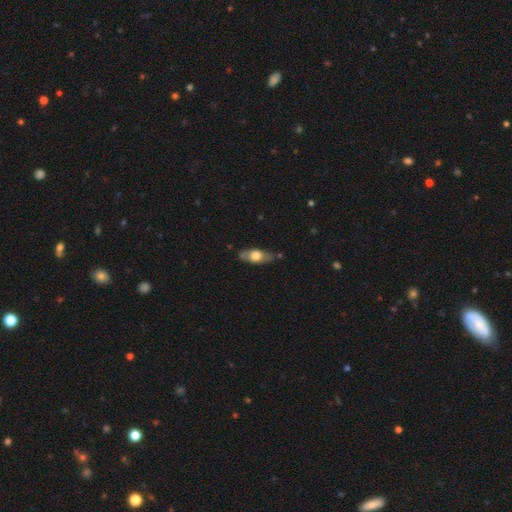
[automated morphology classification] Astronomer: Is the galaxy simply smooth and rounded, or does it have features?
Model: smooth — 50% (runner-up: featured or disk, 44%).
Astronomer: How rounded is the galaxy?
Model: in between — 74%.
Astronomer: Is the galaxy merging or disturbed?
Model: none — 74%.